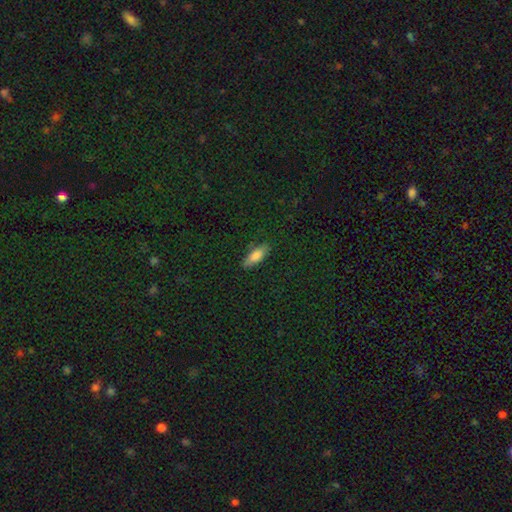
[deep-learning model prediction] smooth-or-featured: smooth: 78% | featured or disk: 14% | star or artifact: 8%
  how-rounded: in between: 67% | cigar-shaped: 31% | round: 2%
  merging: none: 82% | minor disturbance: 13% | major disturbance: 3% | merger: 1%